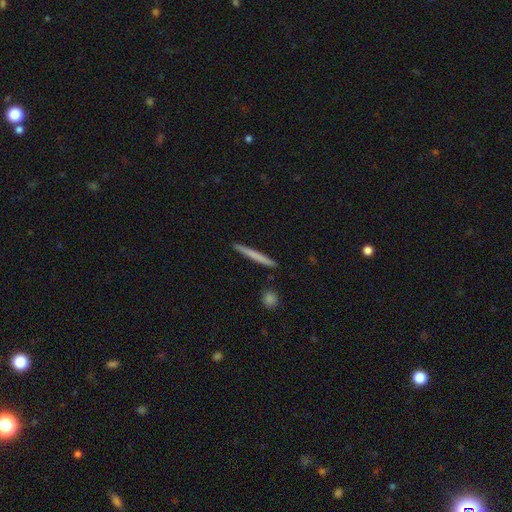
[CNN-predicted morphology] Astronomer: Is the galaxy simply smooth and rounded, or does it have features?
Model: smooth — 65%.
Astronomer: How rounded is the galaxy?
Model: cigar-shaped — 97%.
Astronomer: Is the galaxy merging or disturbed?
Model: none — 91%.